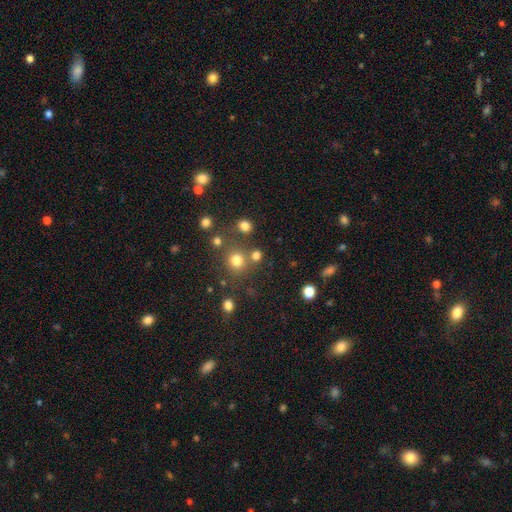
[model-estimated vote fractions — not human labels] Smooth or featured? smooth (75%)
How rounded? round (88%)
Merging? none (71%)